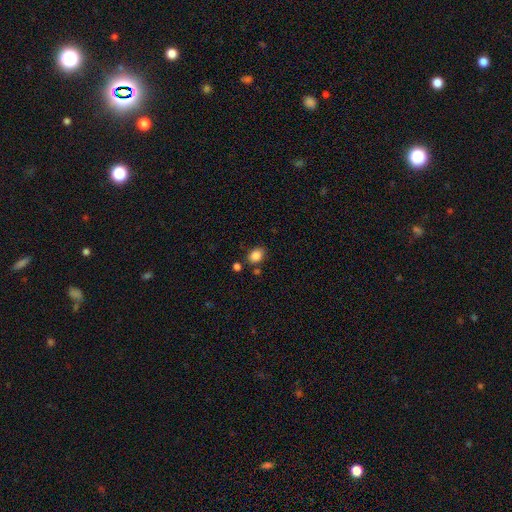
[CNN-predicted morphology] This appears to be a smooth galaxy with no disk features (86%) that is in between round and cigar-shaped (70%). Merging: none (76%).